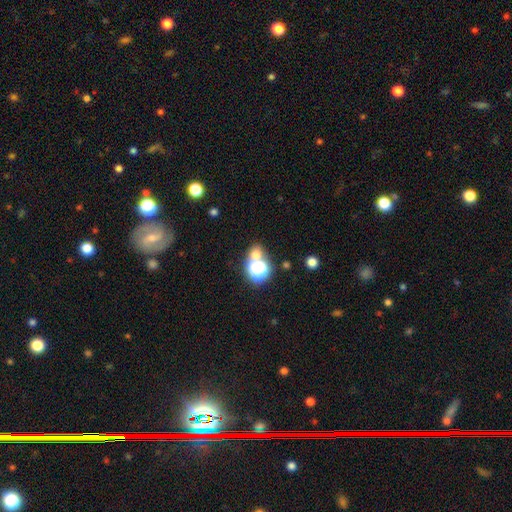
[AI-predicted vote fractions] A smooth galaxy with no disk features (59%) that is round (74%). Merging: none (57%).